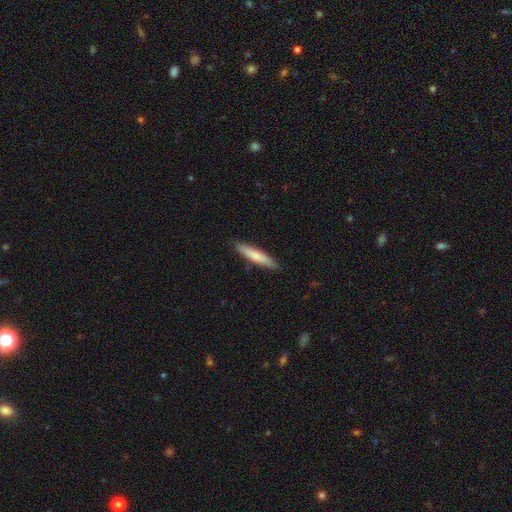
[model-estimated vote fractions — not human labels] A smooth galaxy with no disk features (77%) that is cigar-shaped (88%).

Vote fractions:
- Smooth or featured? smooth: 77% / featured or disk: 18% / star or artifact: 5%
- How rounded? cigar-shaped: 88% / in between: 11% / round: 1%
- Merging? none: 87% / minor disturbance: 10% / major disturbance: 2% / merger: 1%